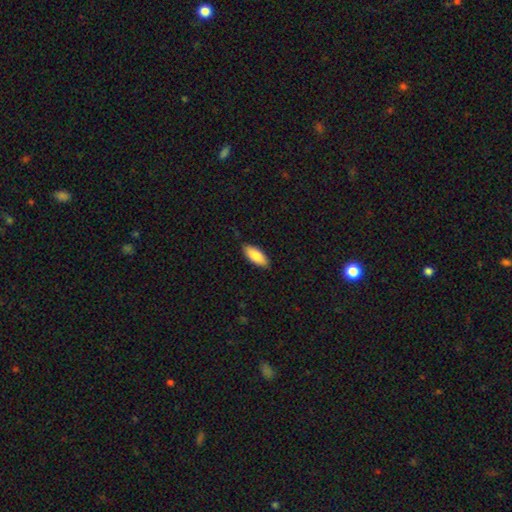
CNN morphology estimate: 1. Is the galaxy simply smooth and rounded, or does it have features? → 86% smooth, 8% featured or disk, 6% star or artifact.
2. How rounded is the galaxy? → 82% in between, 17% cigar-shaped, 2% round.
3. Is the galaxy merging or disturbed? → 85% none, 12% minor disturbance, 2% major disturbance, 1% merger.